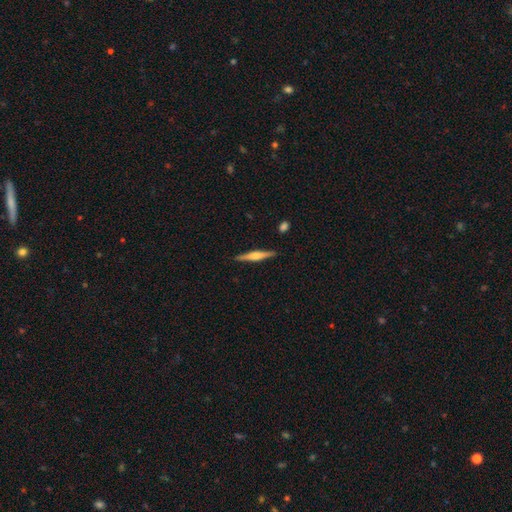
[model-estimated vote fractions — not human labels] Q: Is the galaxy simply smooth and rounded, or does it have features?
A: featured or disk — 63%.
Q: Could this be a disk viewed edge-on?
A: yes — 98%.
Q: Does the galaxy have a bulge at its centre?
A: rounded — 79%.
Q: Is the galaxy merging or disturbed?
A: none — 90%.